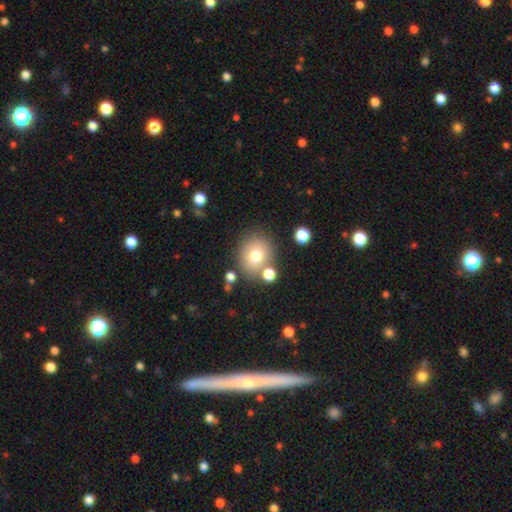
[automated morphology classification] This appears to be a smooth galaxy with no disk features (74%) that is round (73%). Merging: none (72%).